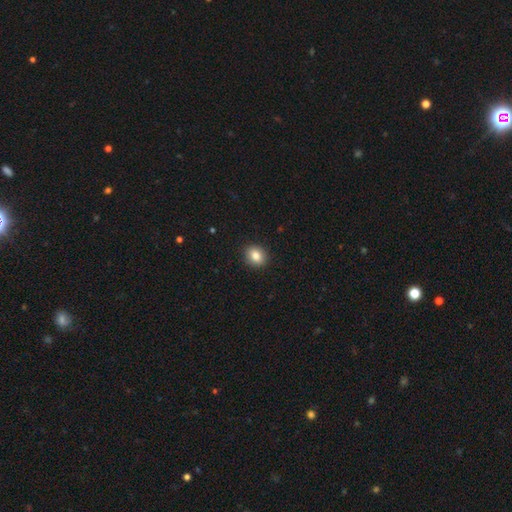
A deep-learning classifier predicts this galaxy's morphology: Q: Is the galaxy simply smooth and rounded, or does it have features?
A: smooth — 84%.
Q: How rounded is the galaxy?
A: round — 65%.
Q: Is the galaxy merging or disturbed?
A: none — 91%.